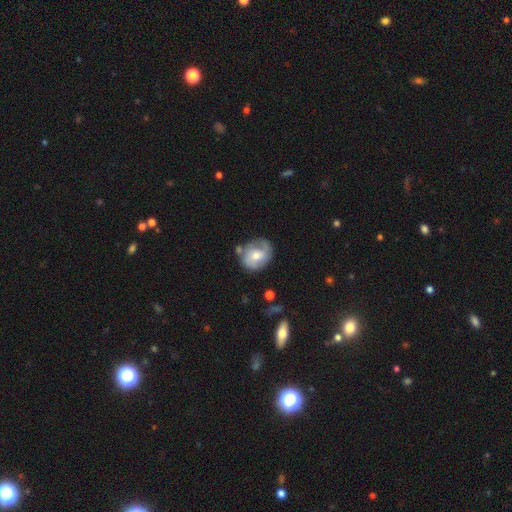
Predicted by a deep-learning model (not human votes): smooth_or_featured: featured or disk (p=0.53) [alt: smooth p=0.40]
disk_edge_on: no (p=0.96) [alt: yes p=0.04]
bar: no (p=0.62) [alt: weak p=0.31]
has_spiral_arms: yes (p=0.70) [alt: no p=0.30]
bulge_size: moderate (p=0.61) [alt: small p=0.32]
merging: none (p=0.58) [alt: minor disturbance p=0.25]